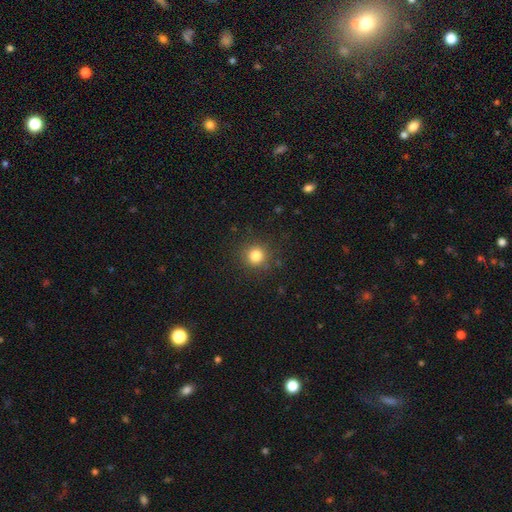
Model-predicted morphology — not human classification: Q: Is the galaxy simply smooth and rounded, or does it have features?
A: smooth — 82%.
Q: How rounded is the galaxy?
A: round — 92%.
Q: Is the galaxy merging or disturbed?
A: none — 89%.